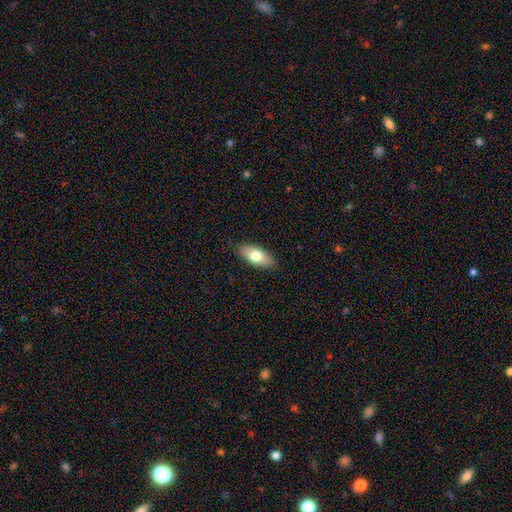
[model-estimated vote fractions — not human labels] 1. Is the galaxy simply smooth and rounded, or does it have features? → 73% smooth, 20% featured or disk, 6% star or artifact.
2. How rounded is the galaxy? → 85% in between, 12% cigar-shaped, 3% round.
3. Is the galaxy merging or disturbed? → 87% none, 10% minor disturbance, 2% major disturbance, 1% merger.